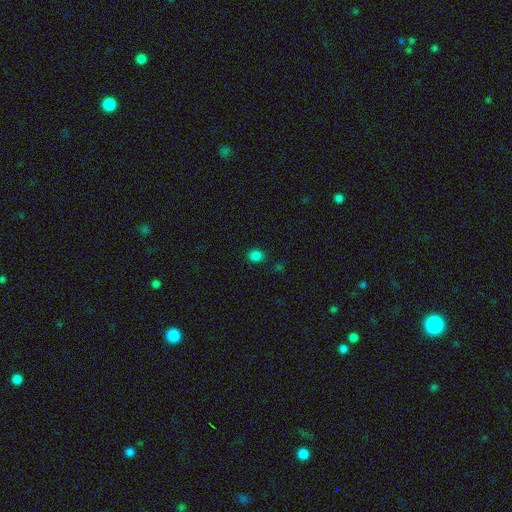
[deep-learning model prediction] Morphology: type=smooth (82%); roundness=round (71%); merging=none (88%).